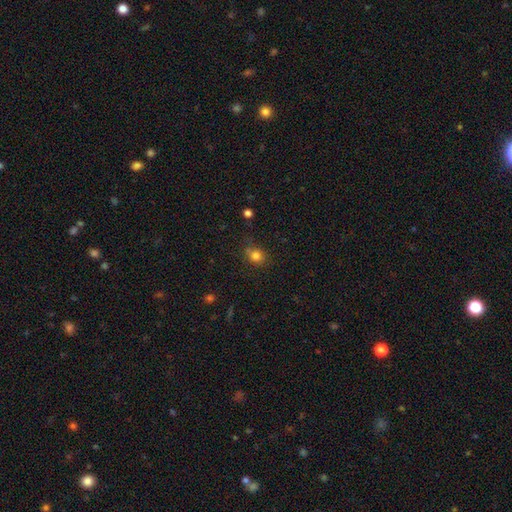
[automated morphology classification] Smooth or featured? Predicted: smooth (p=0.80). How rounded? Predicted: round (p=0.73). Merging? Predicted: none (p=0.69).